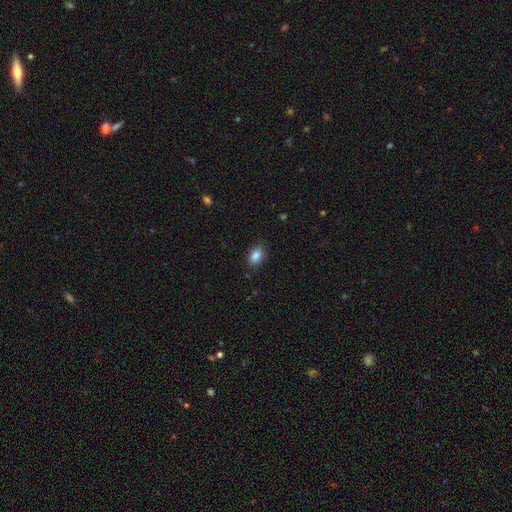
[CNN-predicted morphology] type=smooth (86%); roundness=in between (77%); merging=none (87%).